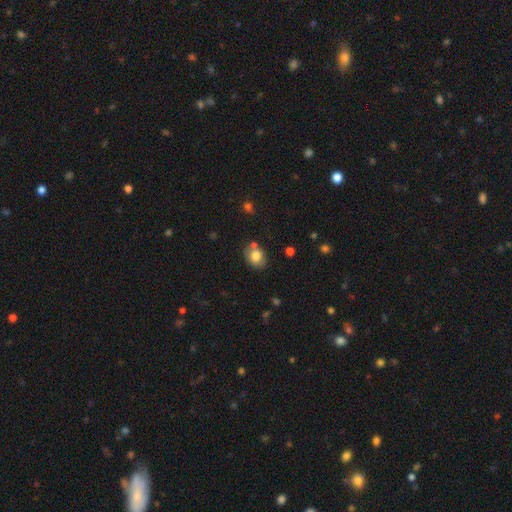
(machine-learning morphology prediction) smooth_or_featured: smooth (p=0.79) [alt: featured or disk p=0.12]
how_rounded: in between (p=0.55) [alt: round p=0.44]
merging: none (p=0.68) [alt: minor disturbance p=0.16]